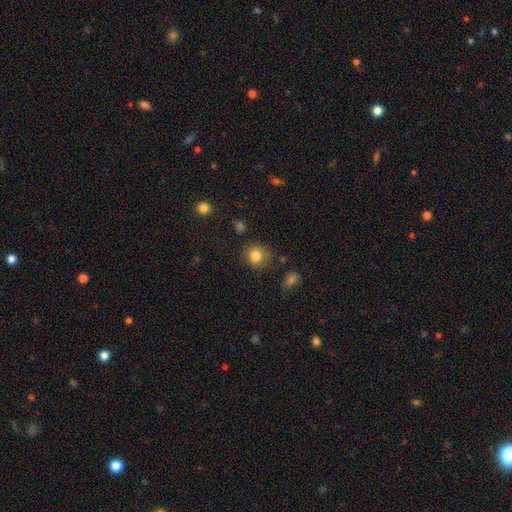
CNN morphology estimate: Overall: smooth (81%). How rounded: round (85%). Merging: none (81%).